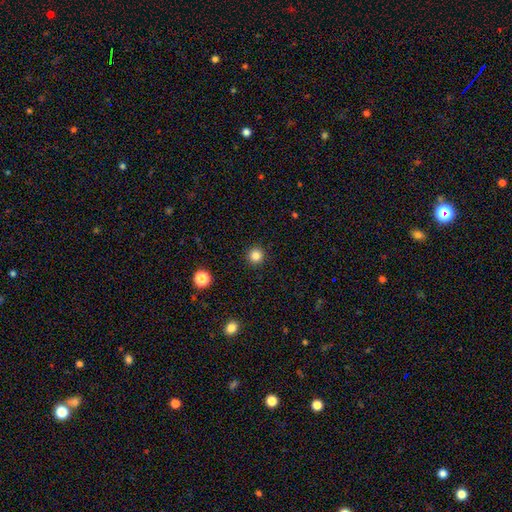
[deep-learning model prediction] The model was most divided on "smooth or featured": smooth: 83%, star or artifact: 12%, featured or disk: 4%. More confident: how rounded — round (96%); merging — none (93%).